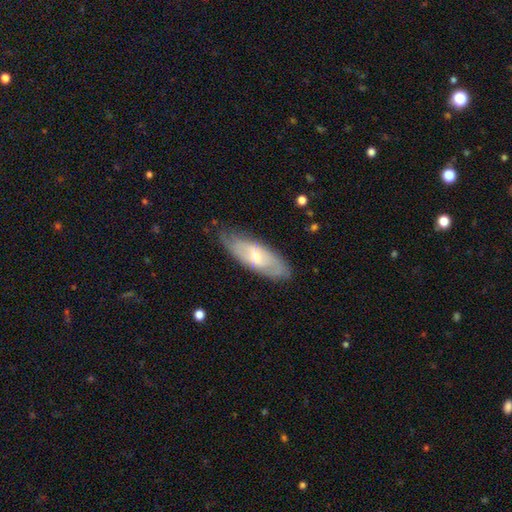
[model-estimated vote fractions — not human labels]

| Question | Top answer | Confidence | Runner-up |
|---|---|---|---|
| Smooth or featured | featured or disk | 53% | smooth (41%) |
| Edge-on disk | no | 77% | yes (23%) |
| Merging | none | 76% | minor disturbance (19%) |